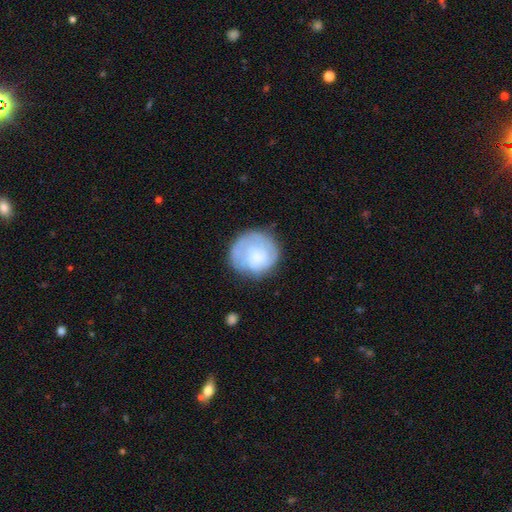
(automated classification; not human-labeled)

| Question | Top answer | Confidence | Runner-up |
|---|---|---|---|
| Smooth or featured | smooth | 49% | featured or disk (44%) |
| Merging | none | 67% | minor disturbance (20%) |